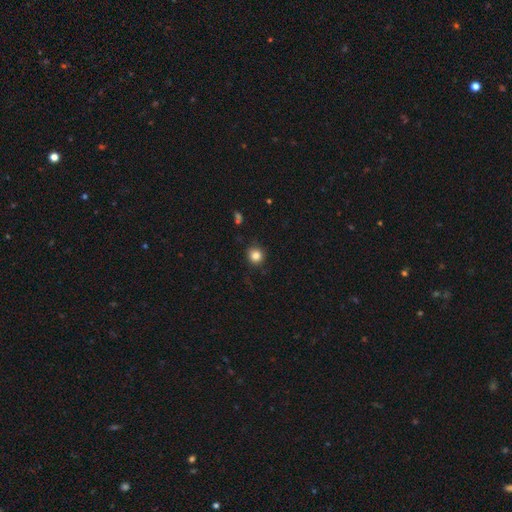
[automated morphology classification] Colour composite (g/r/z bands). It shows a smooth galaxy with no disk features (84%) that is round (89%). Merging: none (85%).